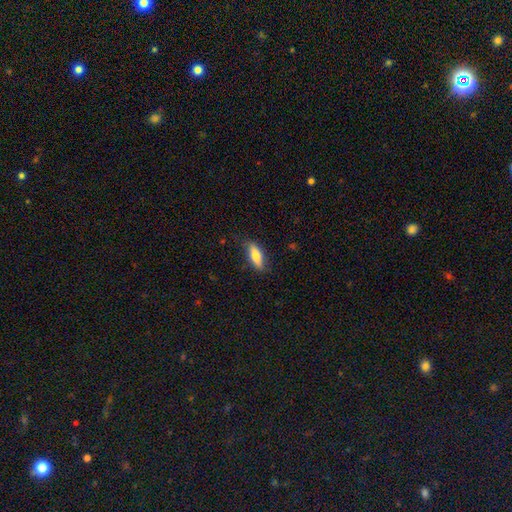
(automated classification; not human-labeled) Smooth or featured: smooth — 73% (featured or disk — 21%)
How rounded: in between — 62% (cigar-shaped — 36%)
Merging: none — 78% (minor disturbance — 17%)